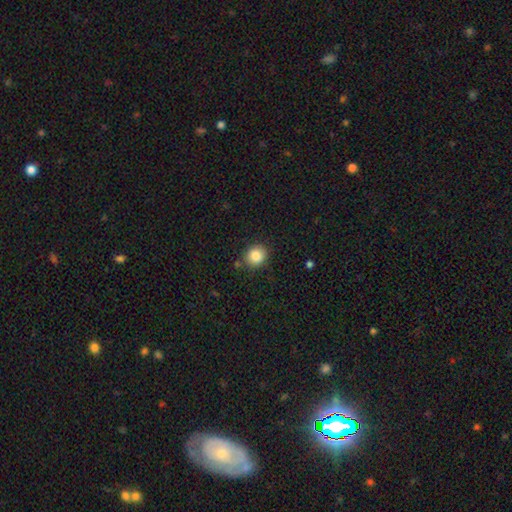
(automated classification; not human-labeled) A smooth galaxy with no disk features (85%) that is round (81%).

Vote fractions:
- Smooth or featured? smooth: 85% / star or artifact: 10% / featured or disk: 5%
- How rounded? round: 81% / in between: 19% / cigar-shaped: 1%
- Merging? none: 85% / minor disturbance: 10% / merger: 3% / major disturbance: 3%